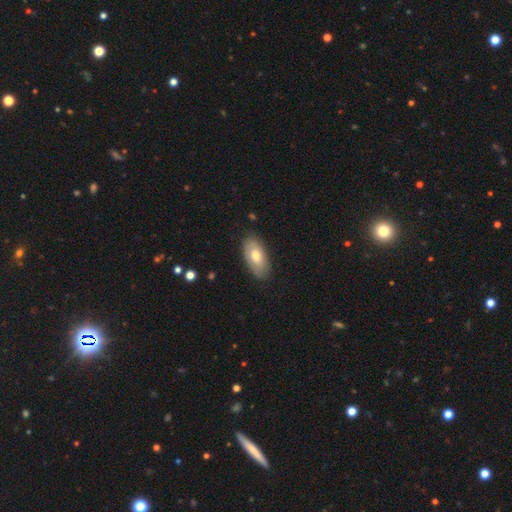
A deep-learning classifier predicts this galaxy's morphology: A smooth galaxy with no disk features (68%) that is in between round and cigar-shaped (93%). Merging: none (82%).